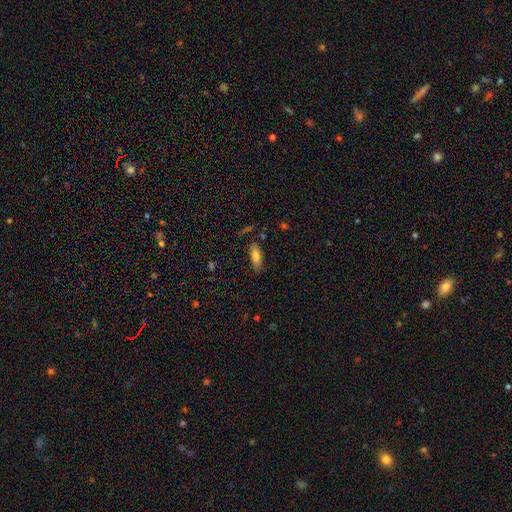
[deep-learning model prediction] This appears to be a smooth galaxy with no disk features (76%) that is in between round and cigar-shaped (66%). Merging: none (79%).